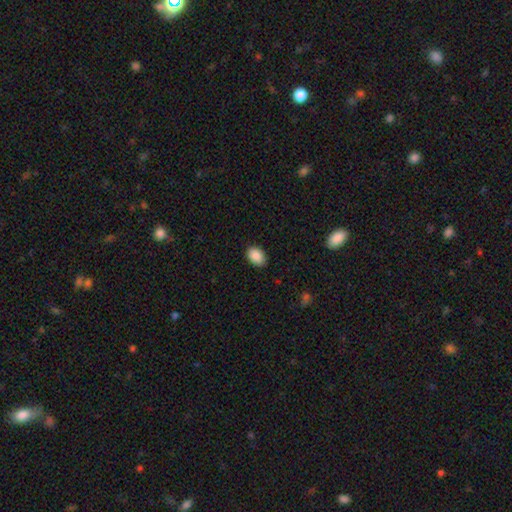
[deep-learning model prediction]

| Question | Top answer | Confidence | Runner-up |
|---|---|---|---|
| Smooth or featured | smooth | 89% | star or artifact (8%) |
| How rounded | in between | 79% | round (20%) |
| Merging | none | 86% | minor disturbance (11%) |